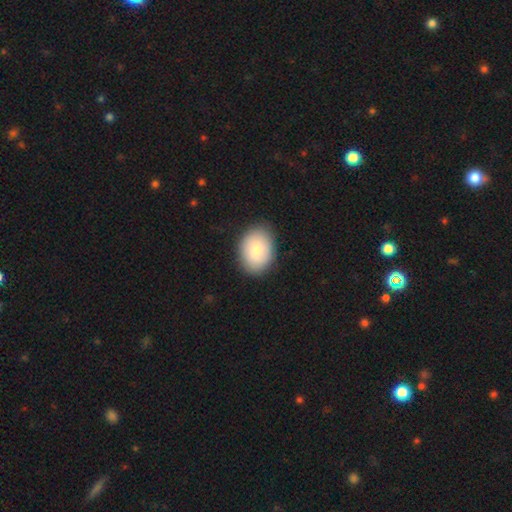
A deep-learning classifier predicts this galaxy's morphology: smooth-or-featured: smooth: 82% | featured or disk: 11% | star or artifact: 7%
  how-rounded: in between: 71% | round: 28% | cigar-shaped: 1%
  merging: none: 87% | minor disturbance: 10% | major disturbance: 2% | merger: 1%